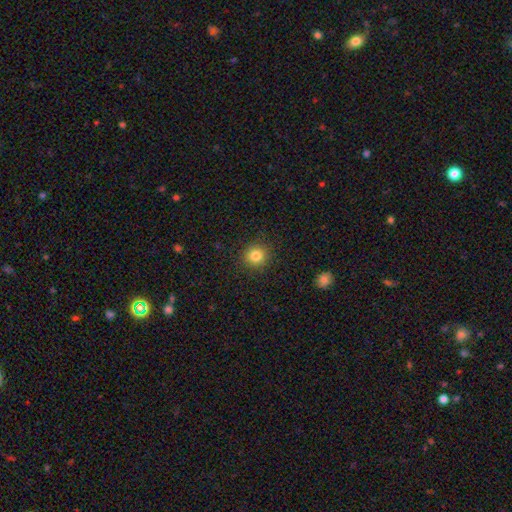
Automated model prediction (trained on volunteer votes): This appears to be a smooth galaxy with no disk features (83%) that is round (91%). Merging: none (91%).